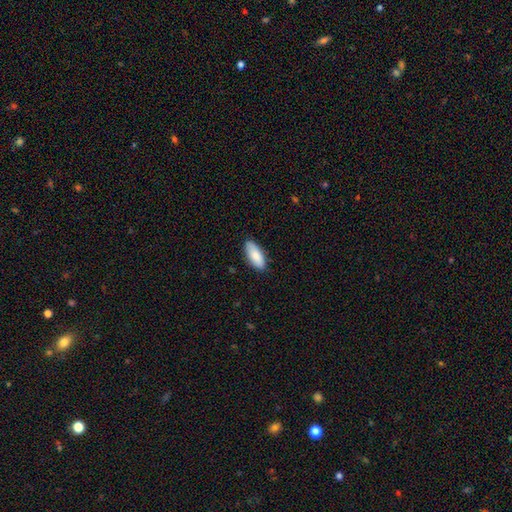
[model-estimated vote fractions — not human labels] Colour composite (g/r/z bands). It shows a smooth galaxy with no disk features (87%) that is in between round and cigar-shaped (84%). Merging: none (85%).